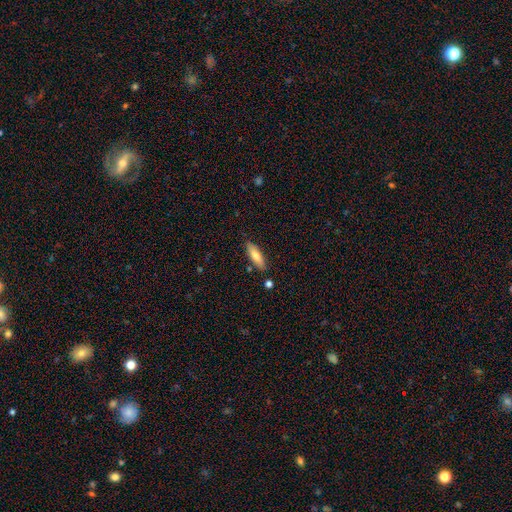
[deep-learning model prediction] This is likely a smooth galaxy (75%). How rounded: possibly cigar-shaped (50%). Merging: clearly none (83%).